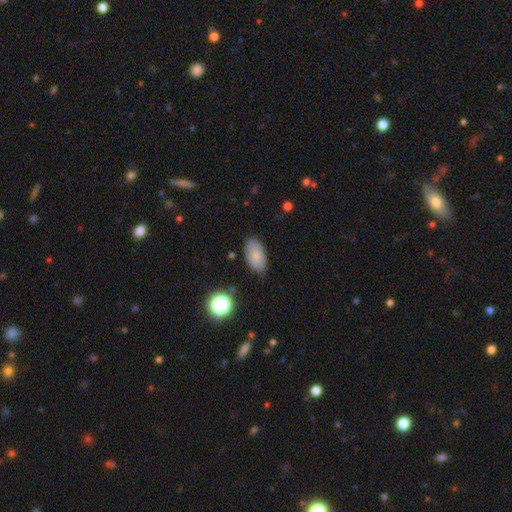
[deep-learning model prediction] Smooth or featured: smooth — 84% (star or artifact — 9%)
How rounded: in between — 93% (round — 4%)
Merging: none — 82% (minor disturbance — 13%)